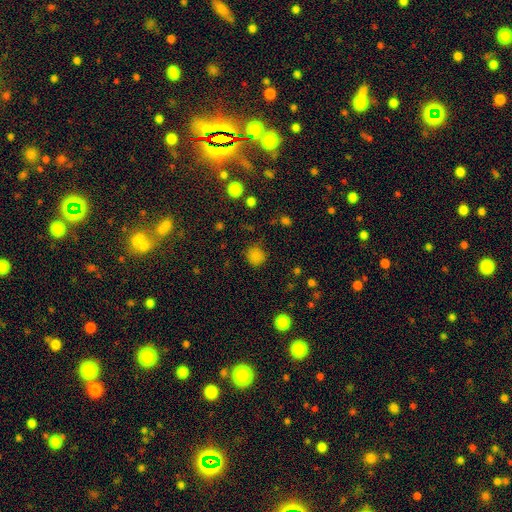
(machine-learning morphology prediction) This is clearly a smooth galaxy (81%). How rounded: clearly round (89%). Merging: clearly none (81%).